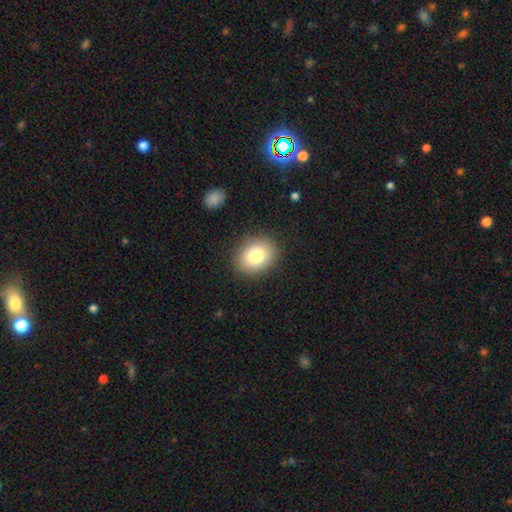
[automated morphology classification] Overall: smooth (82%). How rounded: in between (51%; round 49%). Merging: none (88%).